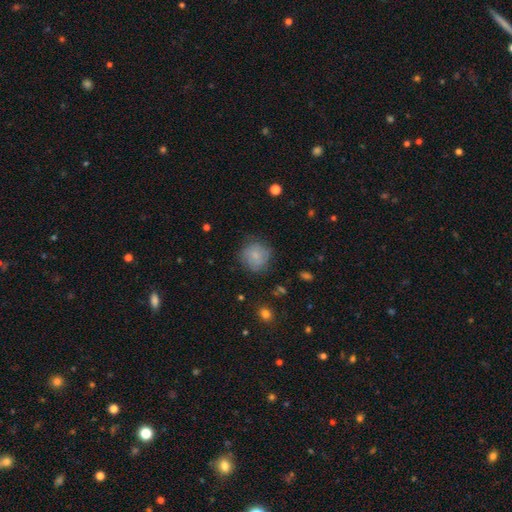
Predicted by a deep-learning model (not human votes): The model was most divided on "merging": none: 70%, minor disturbance: 21%, major disturbance: 8%, merger: 1%. More confident: how rounded — round (87%); smooth or featured — smooth (71%).